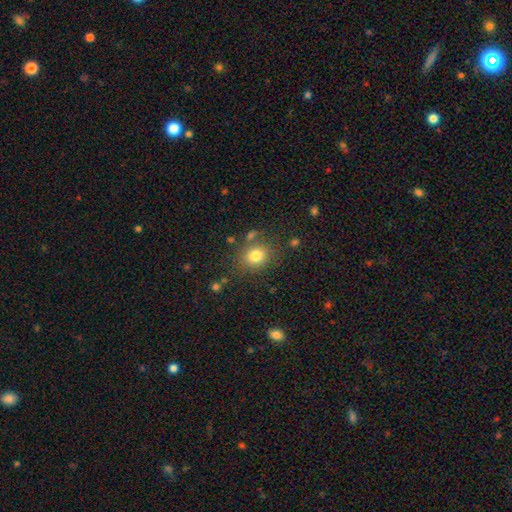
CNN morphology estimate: Overall: smooth (80%). How rounded: round (66%; in between 33%). Merging: none (78%).